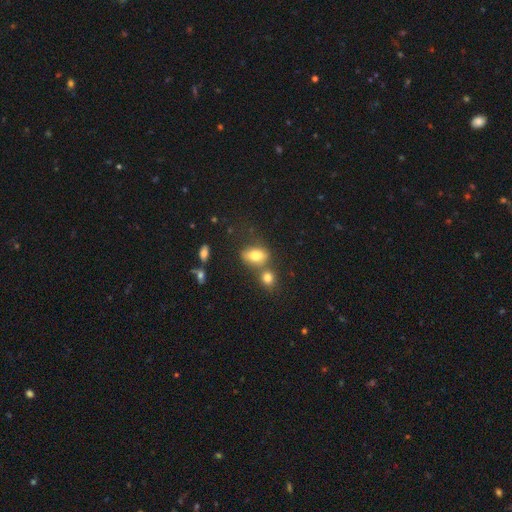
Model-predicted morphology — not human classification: A smooth galaxy with no disk features (76%) that is in between round and cigar-shaped (81%).

Vote fractions:
- Smooth or featured? smooth: 76% / featured or disk: 14% / star or artifact: 10%
- How rounded? in between: 81% / round: 15% / cigar-shaped: 3%
- Merging? none: 52% / merger: 28% / minor disturbance: 14% / major disturbance: 5%